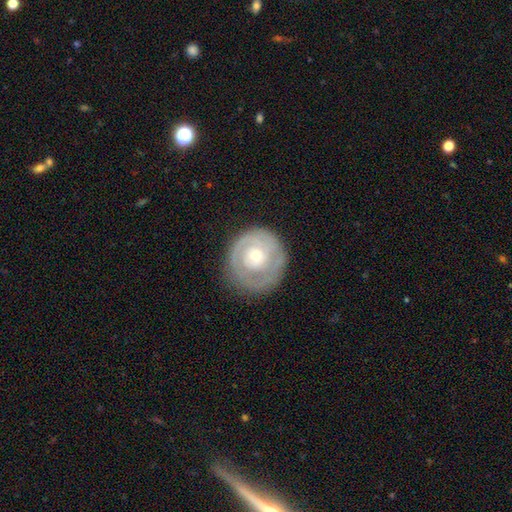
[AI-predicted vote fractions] This appears to be a featured or disk galaxy (66%) with no bar (83%), spiral arms (66%) and a small central bulge (52%). Merging: none (75%).